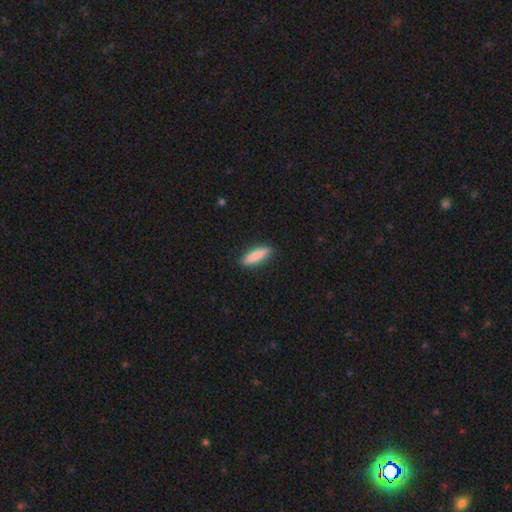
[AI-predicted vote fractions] smooth_or_featured: smooth (p=0.83) [alt: featured or disk p=0.12]
how_rounded: cigar-shaped (p=0.72) [alt: in between p=0.26]
merging: none (p=0.89) [alt: minor disturbance p=0.08]